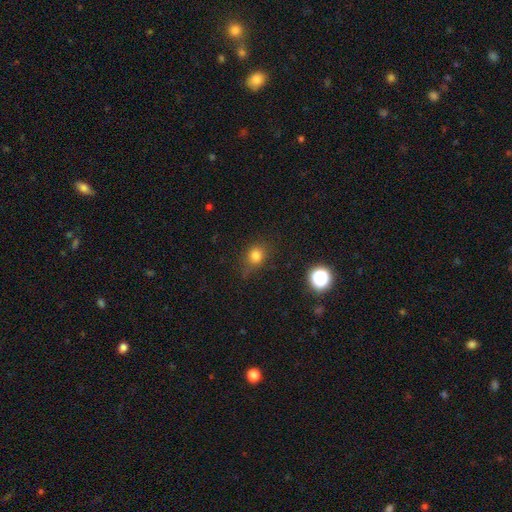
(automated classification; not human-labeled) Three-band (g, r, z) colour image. It shows a smooth galaxy with no disk features (78%) that is round (69%). Merging: none (71%).